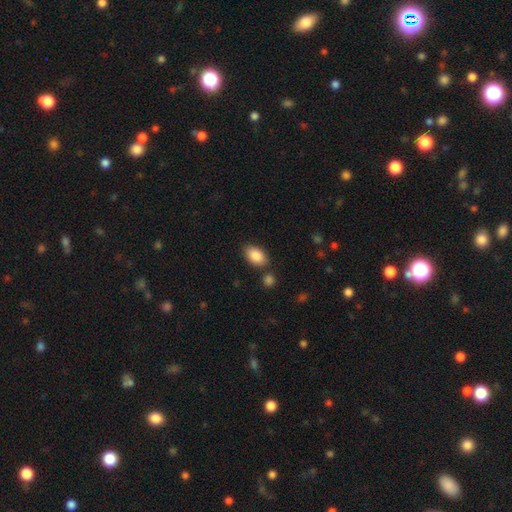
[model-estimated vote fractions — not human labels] The model was most divided on "merging": none: 77%, minor disturbance: 12%, merger: 8%, major disturbance: 3%. More confident: how rounded — in between (91%); smooth or featured — smooth (88%).